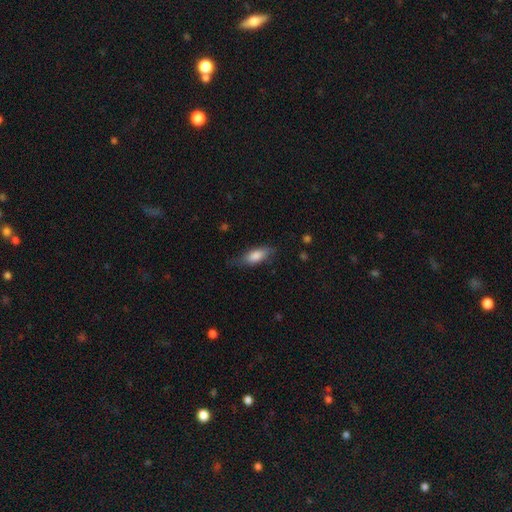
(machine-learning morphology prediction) This is likely a smooth galaxy (79%). How rounded: likely in between (73%). Merging: likely none (66%).